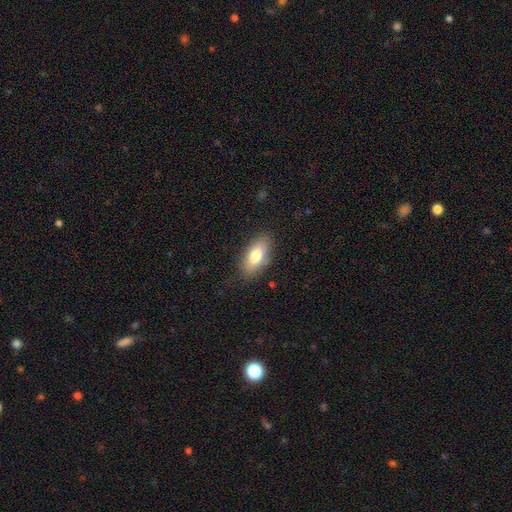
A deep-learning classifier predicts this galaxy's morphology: Q: Smooth or featured?
A: smooth (76%); runner-up: featured or disk (17%)
Q: How rounded?
A: in between (84%); runner-up: cigar-shaped (12%)
Q: Merging?
A: none (82%); runner-up: minor disturbance (13%)